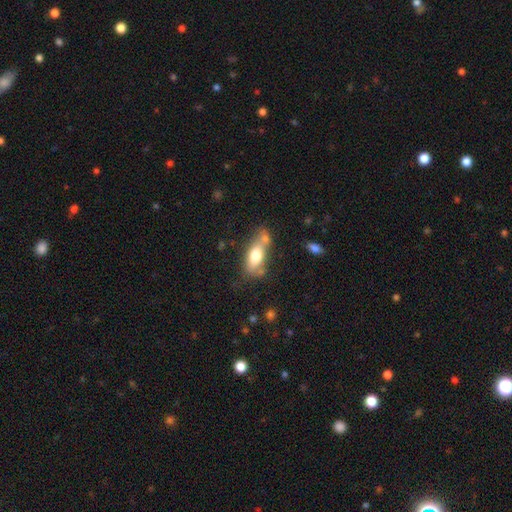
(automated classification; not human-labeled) A smooth galaxy with no disk features (70%) that is in between round and cigar-shaped (78%). Merging: none (44%).